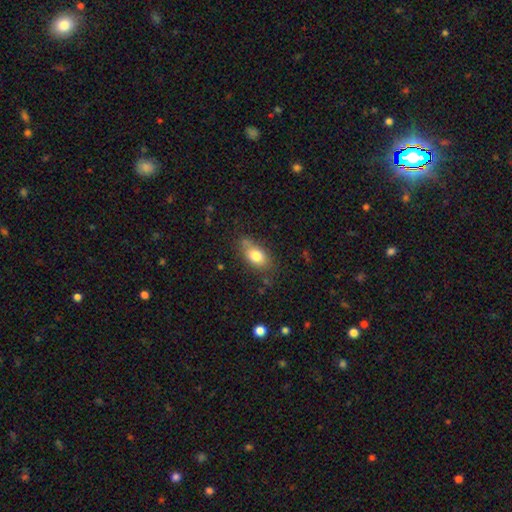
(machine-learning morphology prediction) This is likely a smooth galaxy (78%). How rounded: clearly in between (84%). Merging: likely none (66%).